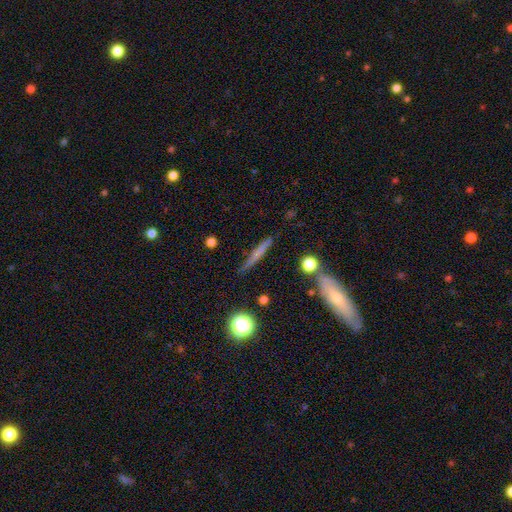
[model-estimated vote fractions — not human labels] smooth_or_featured: smooth (p=0.49) [alt: featured or disk p=0.42]
merging: none (p=0.79) [alt: minor disturbance p=0.12]